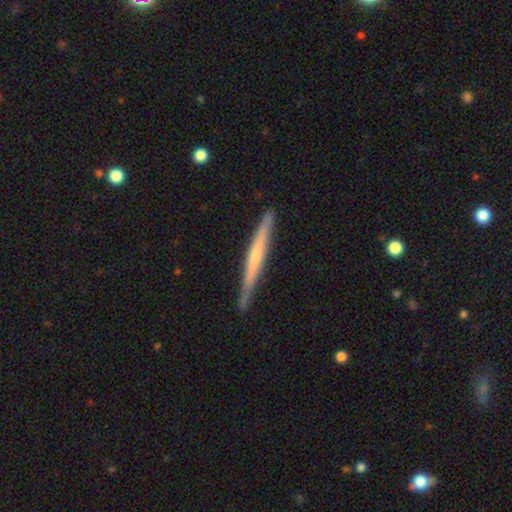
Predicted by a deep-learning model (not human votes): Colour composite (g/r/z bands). It shows a featured or disk galaxy (54%) viewed edge-on (97%) with no central bulge (66%). Merging: none (86%).